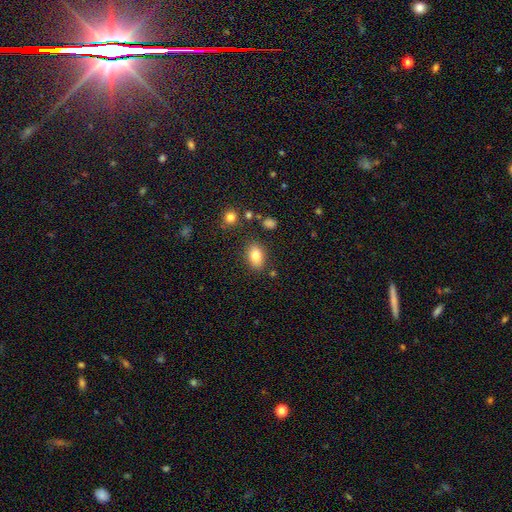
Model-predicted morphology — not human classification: type=smooth (81%); roundness=in between (84%); merging=none (82%).